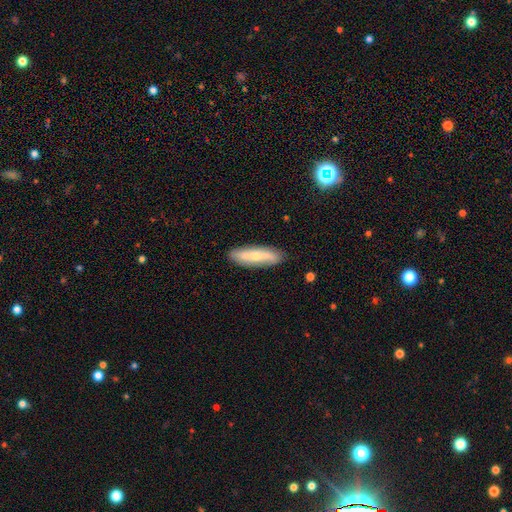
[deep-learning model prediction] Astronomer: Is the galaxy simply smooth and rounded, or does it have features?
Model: smooth — 51% (runner-up: featured or disk, 43%).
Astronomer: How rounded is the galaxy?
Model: cigar-shaped — 70%.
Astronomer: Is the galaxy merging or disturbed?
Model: none — 87%.